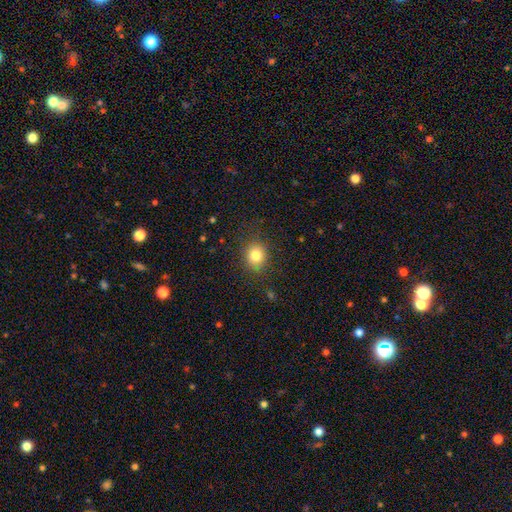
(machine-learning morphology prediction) A smooth galaxy with no disk features (82%) that is round (70%).

Vote fractions:
- Smooth or featured? smooth: 82% / star or artifact: 11% / featured or disk: 7%
- How rounded? round: 70% / in between: 29% / cigar-shaped: 1%
- Merging? none: 85% / minor disturbance: 10% / major disturbance: 4% / merger: 1%